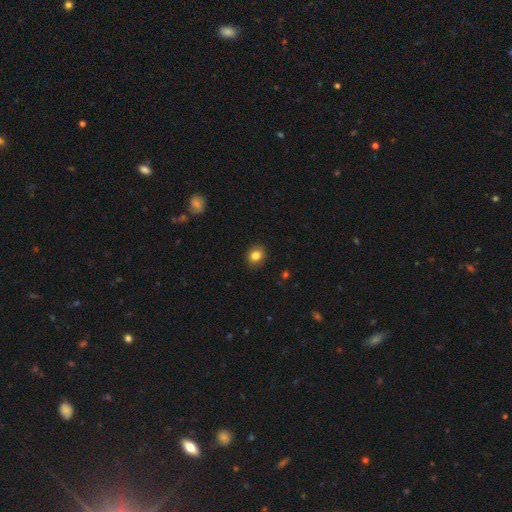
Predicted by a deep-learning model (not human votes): smooth_or_featured: smooth (p=0.83) [alt: star or artifact p=0.10]
how_rounded: round (p=0.63) [alt: in between p=0.36]
merging: none (p=0.89) [alt: minor disturbance p=0.08]